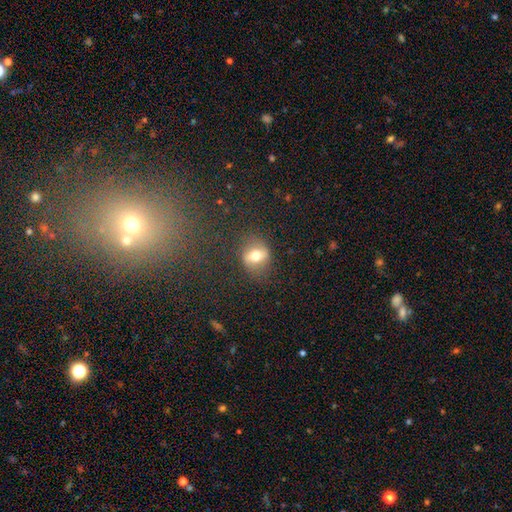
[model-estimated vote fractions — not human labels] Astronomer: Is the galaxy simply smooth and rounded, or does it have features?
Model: smooth — 60%.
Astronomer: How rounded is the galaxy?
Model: round — 51% (runner-up: in between, 46%).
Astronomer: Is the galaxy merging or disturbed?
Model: none — 78%.